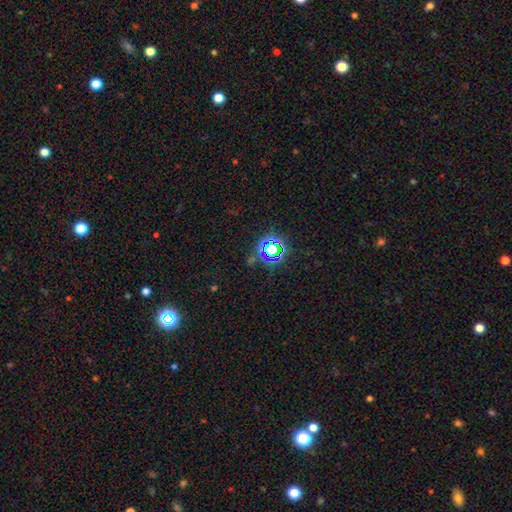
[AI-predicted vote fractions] Smooth or featured? Predicted: star or artifact (p=0.74).